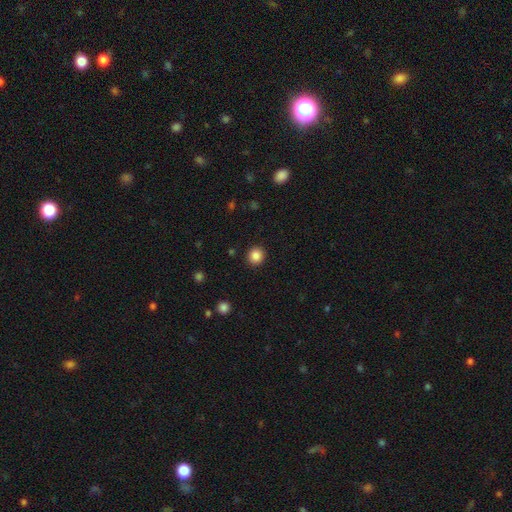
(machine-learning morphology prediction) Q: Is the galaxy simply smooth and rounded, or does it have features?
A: smooth — 86%.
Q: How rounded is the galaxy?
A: round — 91%.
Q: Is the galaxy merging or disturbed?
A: none — 92%.